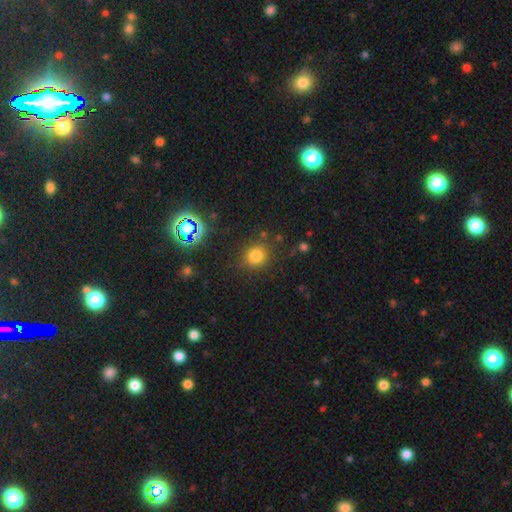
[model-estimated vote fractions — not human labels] Smooth or featured: smooth — 77% (star or artifact — 17%)
How rounded: round — 83% (in between — 16%)
Merging: none — 83% (minor disturbance — 10%)